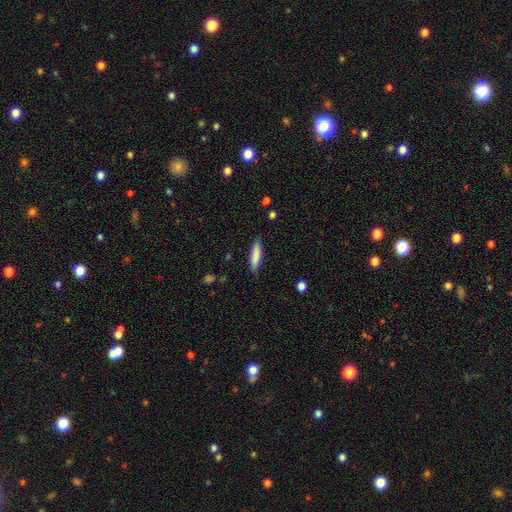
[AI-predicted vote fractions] Smooth or featured? Predicted: smooth (p=0.83). How rounded? Predicted: cigar-shaped (p=0.79). Merging? Predicted: none (p=0.82).